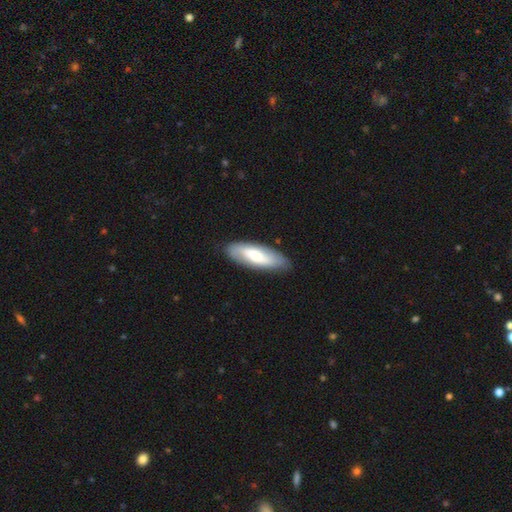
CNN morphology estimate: Smooth or featured: smooth — 63% (featured or disk — 32%)
How rounded: in between — 56% (cigar-shaped — 42%)
Merging: none — 83% (minor disturbance — 13%)